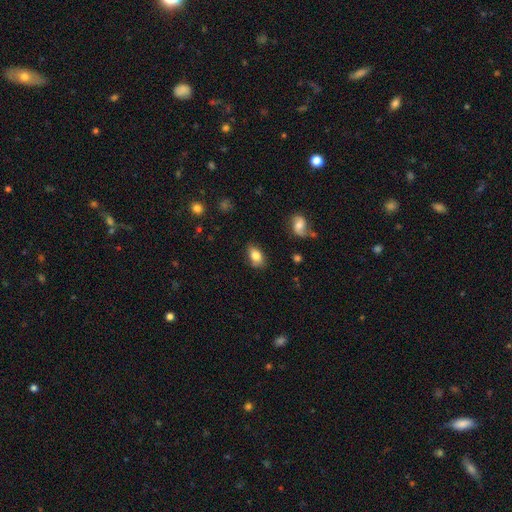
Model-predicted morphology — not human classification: Q: Smooth or featured?
A: smooth (80%); runner-up: featured or disk (12%)
Q: How rounded?
A: in between (88%); runner-up: round (10%)
Q: Merging?
A: none (75%); runner-up: minor disturbance (20%)